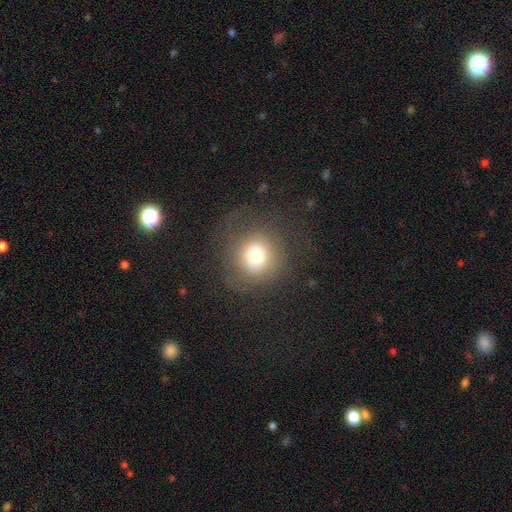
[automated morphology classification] A smooth galaxy with no disk features (66%) that is round (88%). Merging: none (65%).